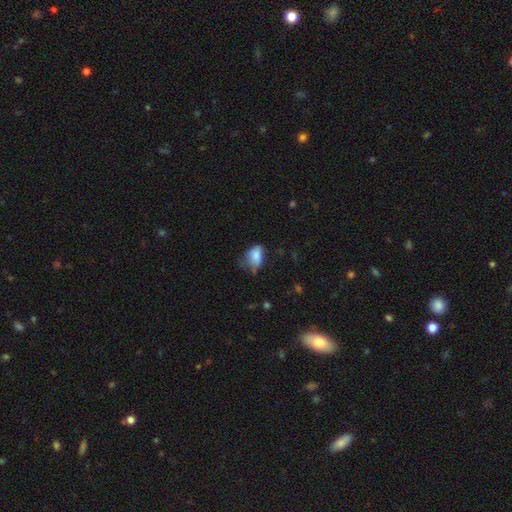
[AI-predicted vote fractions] Smooth or featured? Predicted: smooth (p=0.79). How rounded? Predicted: in between (p=0.81). Merging? Predicted: minor disturbance (p=0.41).